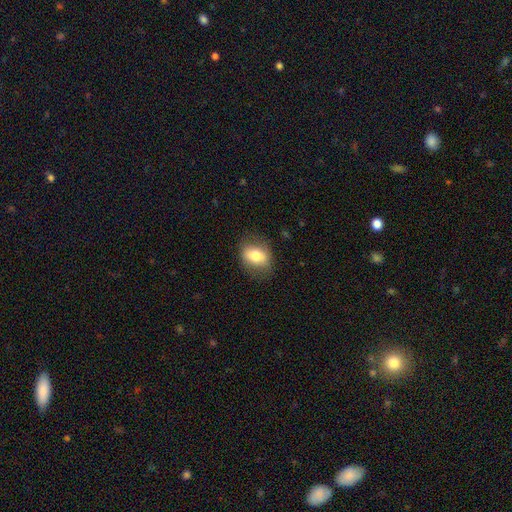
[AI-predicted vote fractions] smooth_or_featured: smooth (p=0.75) [alt: featured or disk p=0.18]
how_rounded: in between (p=0.67) [alt: round p=0.31]
merging: none (p=0.79) [alt: minor disturbance p=0.15]